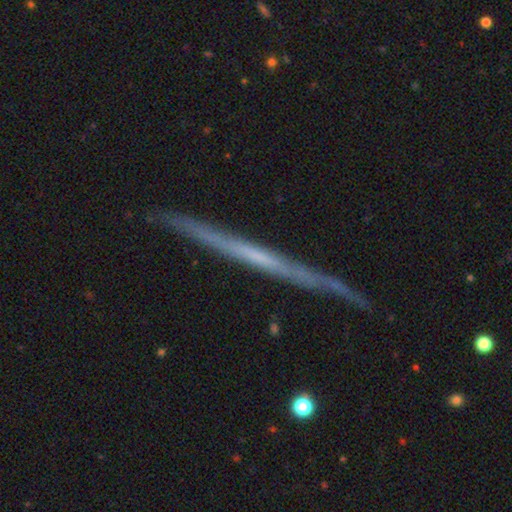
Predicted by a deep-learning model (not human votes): Smooth or featured: featured or disk — 69% (smooth — 24%)
Edge-on disk: yes — 97% (no — 3%)
Edge-on bulge: none — 85% (rounded — 10%)
Merging: none — 89% (minor disturbance — 8%)